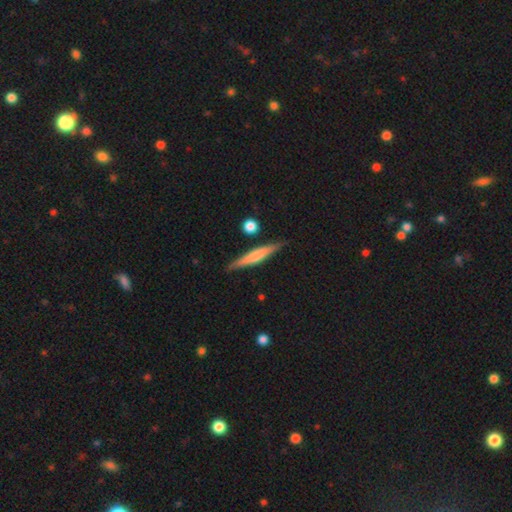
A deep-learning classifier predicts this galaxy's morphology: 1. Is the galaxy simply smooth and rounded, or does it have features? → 50% smooth, 44% featured or disk, 6% star or artifact.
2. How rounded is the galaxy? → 92% cigar-shaped, 6% in between, 2% round.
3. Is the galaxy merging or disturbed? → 86% none, 9% minor disturbance, 3% merger, 2% major disturbance.